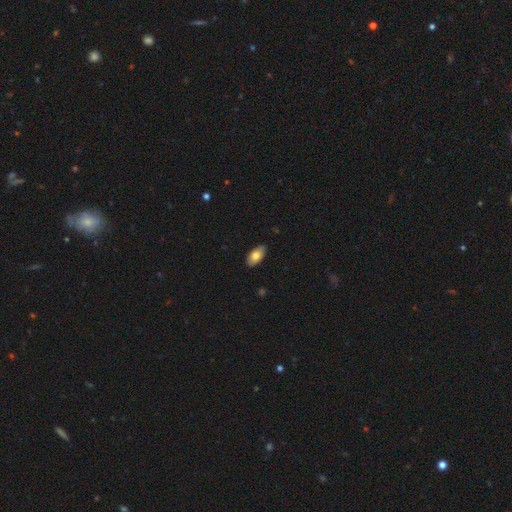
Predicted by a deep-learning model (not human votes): Smooth or featured? smooth (79%)
How rounded? in between (94%)
Merging? none (87%)